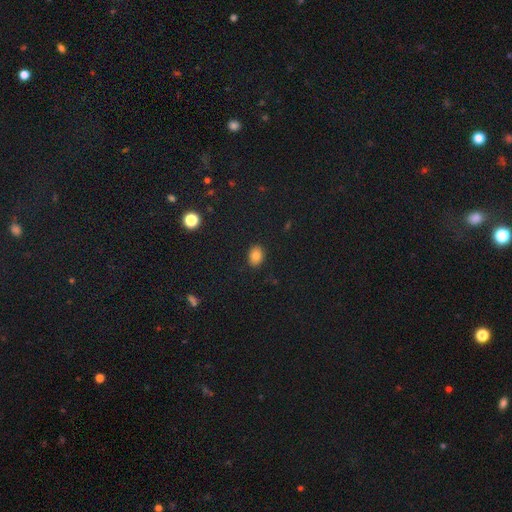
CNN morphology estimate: This is clearly a smooth galaxy (81%). How rounded: likely in between (66%). Merging: clearly none (89%).